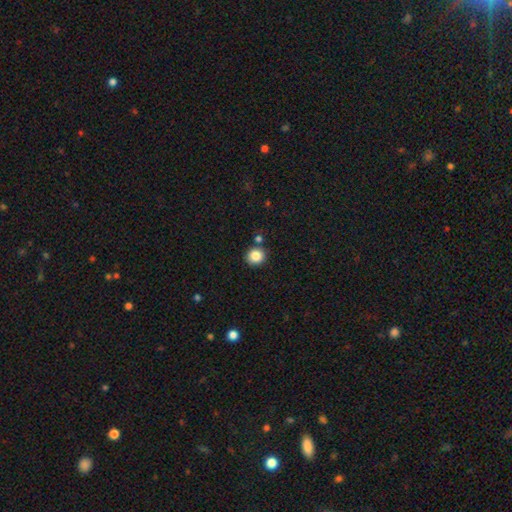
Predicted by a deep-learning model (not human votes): This appears to be a smooth galaxy with no disk features (85%) that is round (90%). Merging: none (83%).